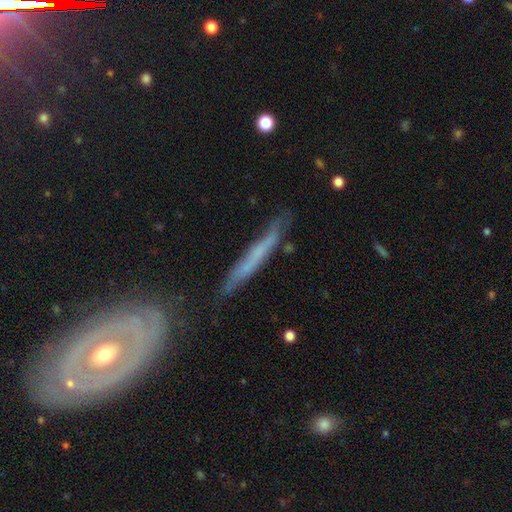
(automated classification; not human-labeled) A featured or disk galaxy (53%) viewed edge-on (80%).

Vote fractions:
- Smooth or featured? featured or disk: 53% / smooth: 39% / star or artifact: 8%
- Edge-on disk? yes: 80% / no: 20%
- Merging? none: 73% / minor disturbance: 18% / major disturbance: 5% / merger: 4%